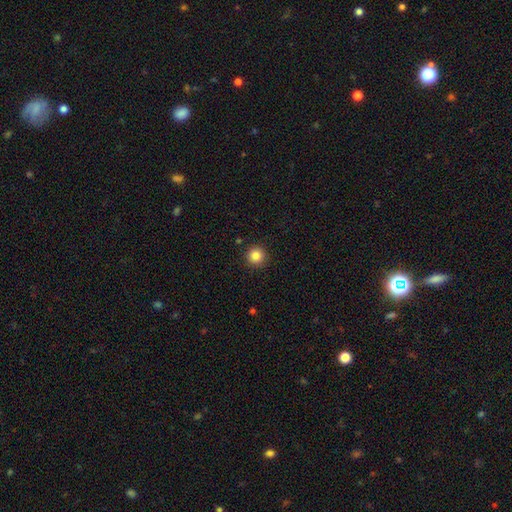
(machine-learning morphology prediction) Q: Smooth or featured?
A: smooth (85%); runner-up: star or artifact (11%)
Q: How rounded?
A: round (96%); runner-up: in between (3%)
Q: Merging?
A: none (92%); runner-up: minor disturbance (5%)